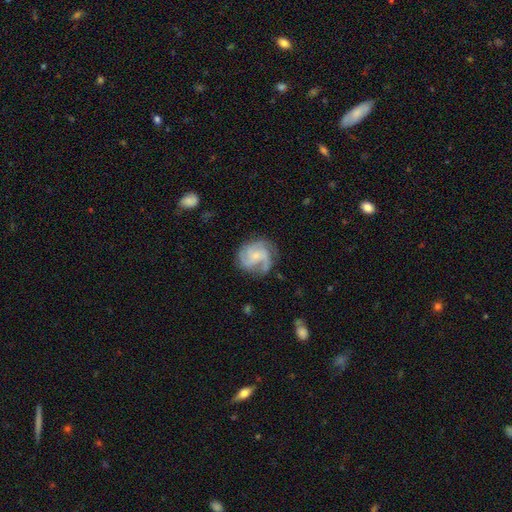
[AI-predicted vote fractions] The model was most divided on "spiral winding": medium: 47%, tight: 37%, loose: 15%. More confident: edge-on disk — no (98%); spiral arms — yes (96%); smooth or featured — featured or disk (81%); bulge size — small (71%); merging — none (69%); bar — no (66%); spiral arm count — 3 (50%).